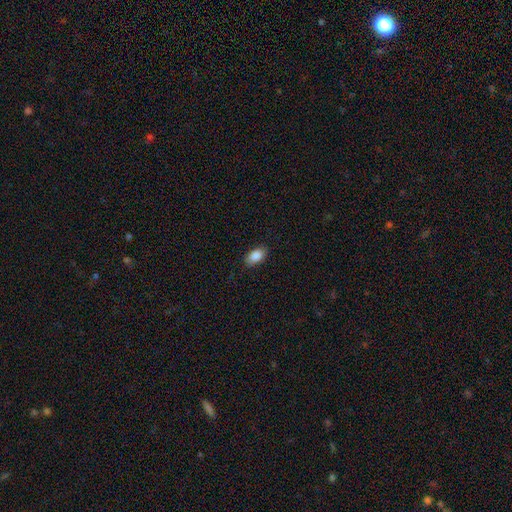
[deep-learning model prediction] Smooth or featured?
  - smooth: 88% *
  - star or artifact: 7%
  - featured or disk: 5%
How rounded?
  - in between: 92% *
  - round: 5%
  - cigar-shaped: 3%
Merging?
  - none: 87% *
  - minor disturbance: 10%
  - major disturbance: 2%
  - merger: 1%